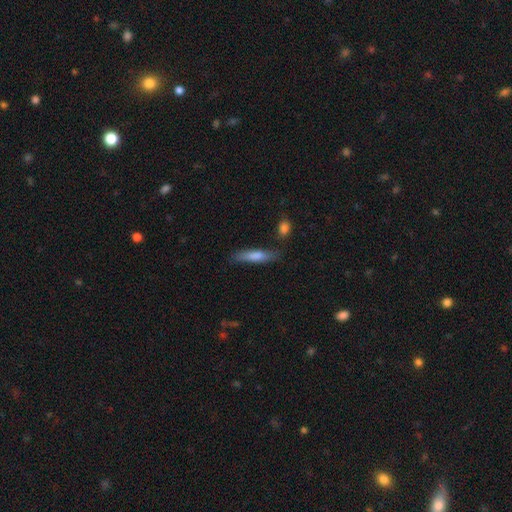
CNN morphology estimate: smooth_or_featured: smooth (p=0.69) [alt: featured or disk p=0.24]
how_rounded: cigar-shaped (p=0.84) [alt: in between p=0.15]
merging: none (p=0.76) [alt: minor disturbance p=0.16]